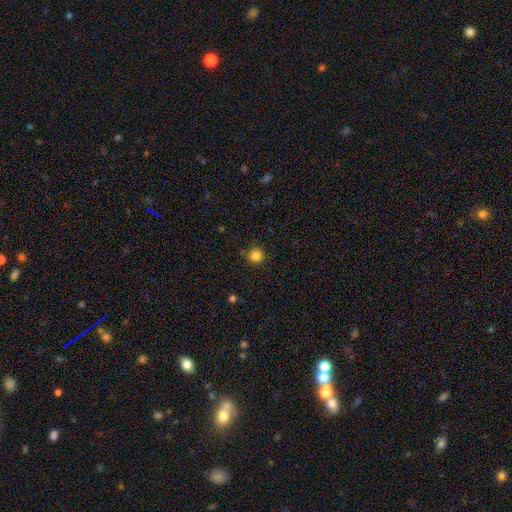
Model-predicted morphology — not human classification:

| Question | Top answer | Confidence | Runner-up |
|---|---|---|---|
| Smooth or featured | smooth | 84% | star or artifact (12%) |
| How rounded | round | 95% | in between (4%) |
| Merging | none | 87% | minor disturbance (9%) |